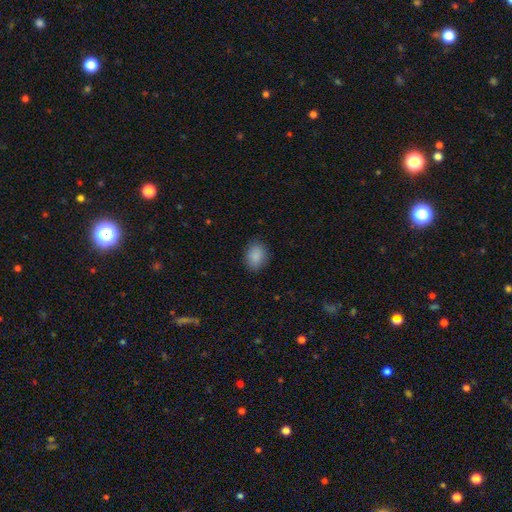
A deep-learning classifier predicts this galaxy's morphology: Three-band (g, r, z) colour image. It shows a smooth galaxy with no disk features (89%) that is in between round and cigar-shaped (65%). Merging: none (85%).